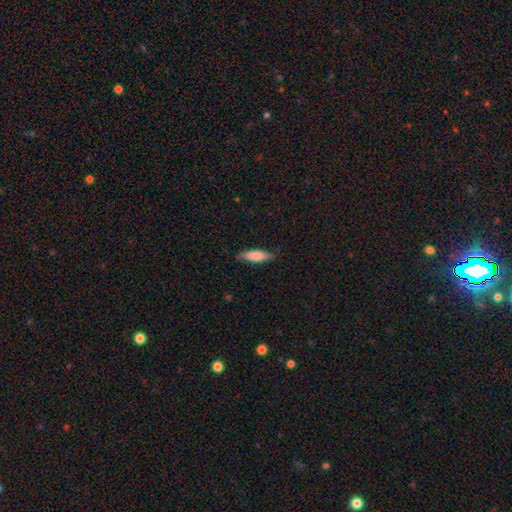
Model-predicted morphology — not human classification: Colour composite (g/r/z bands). It shows a smooth galaxy with no disk features (75%) that is in between round and cigar-shaped (51%). Merging: none (76%).